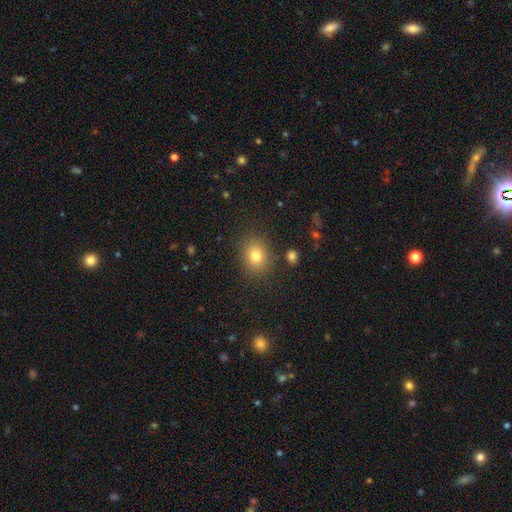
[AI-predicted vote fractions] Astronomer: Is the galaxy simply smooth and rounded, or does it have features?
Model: smooth — 79%.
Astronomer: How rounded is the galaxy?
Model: round — 60% (runner-up: in between, 39%).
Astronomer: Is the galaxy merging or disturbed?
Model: none — 85%.